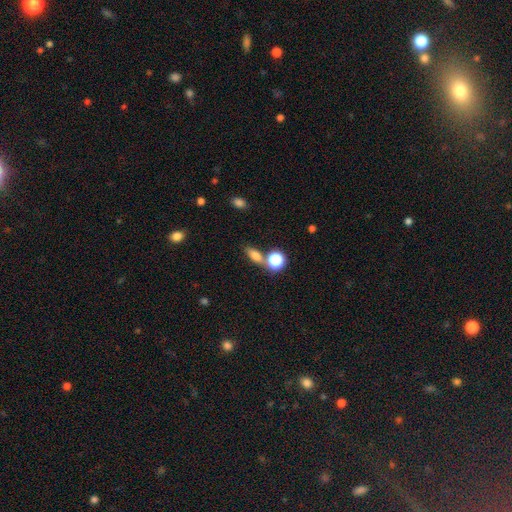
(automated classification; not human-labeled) This appears to be a smooth galaxy with no disk features (70%) that is in between round and cigar-shaped (61%). Merging: none (64%).